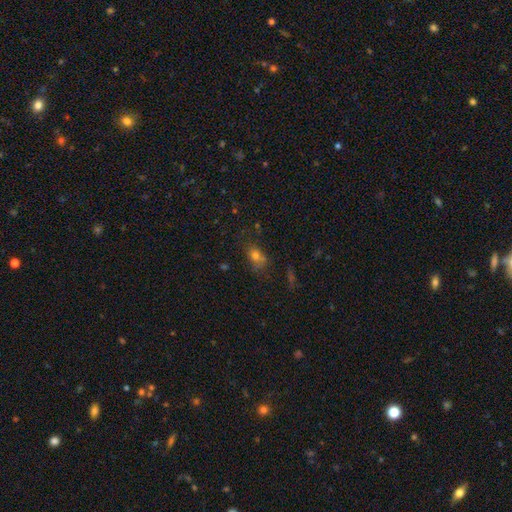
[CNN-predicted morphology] smooth-or-featured: smooth: 66% | star or artifact: 22% | featured or disk: 12%
  how-rounded: in between: 54% | round: 43% | cigar-shaped: 3%
  merging: none: 56% | minor disturbance: 19% | merger: 16% | major disturbance: 9%